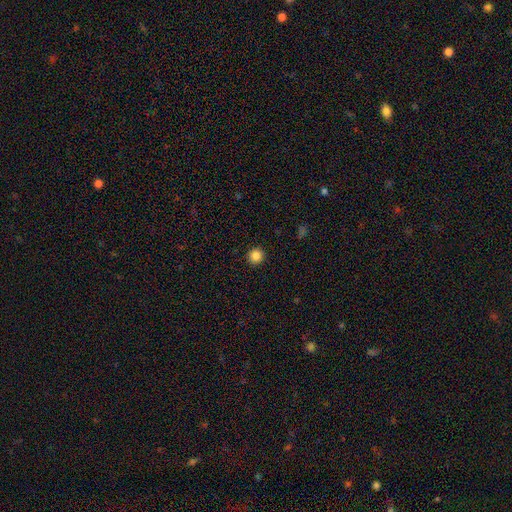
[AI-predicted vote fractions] This appears to be a smooth galaxy with no disk features (86%) that is round (95%). Merging: none (93%).